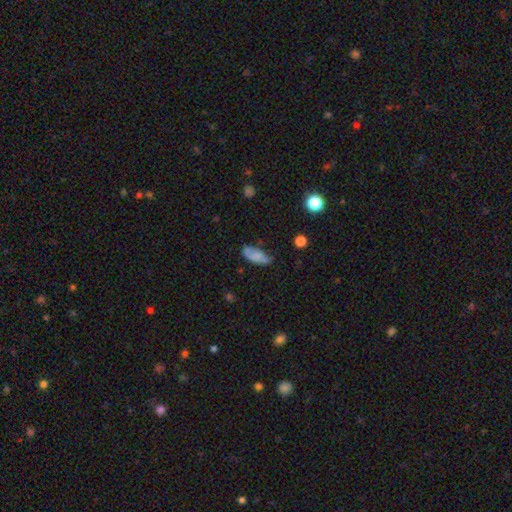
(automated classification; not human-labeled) Overall: smooth (68%). How rounded: in between (87%). Merging: none (45%; minor disturbance 36%).